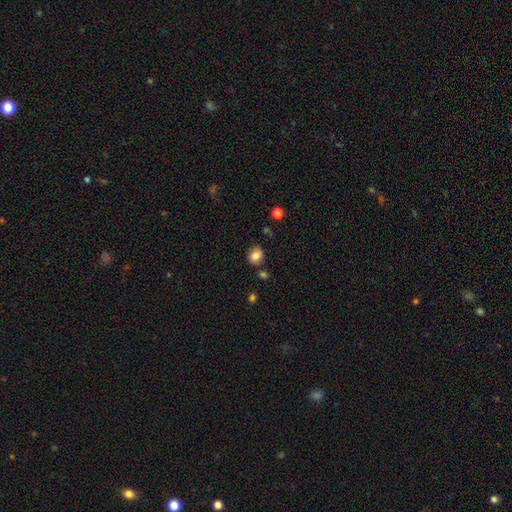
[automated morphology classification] Q: Smooth or featured?
A: smooth (84%); runner-up: star or artifact (10%)
Q: How rounded?
A: round (70%); runner-up: in between (29%)
Q: Merging?
A: none (78%); runner-up: minor disturbance (13%)